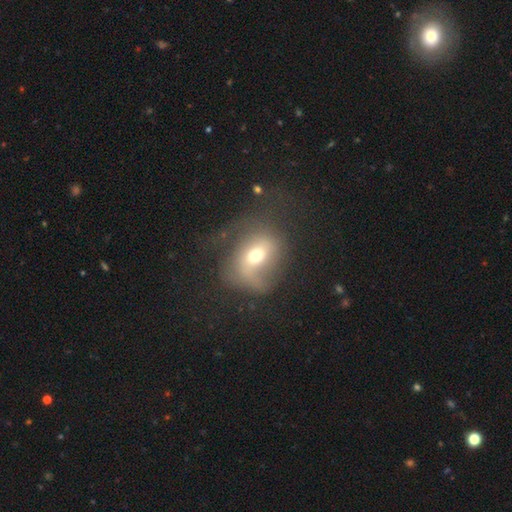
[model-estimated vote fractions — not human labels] A smooth galaxy with no disk features (46%).

Vote fractions:
- Smooth or featured? smooth: 46% / featured or disk: 42% / star or artifact: 11%
- Merging? none: 40% / major disturbance: 34% / minor disturbance: 23% / merger: 3%